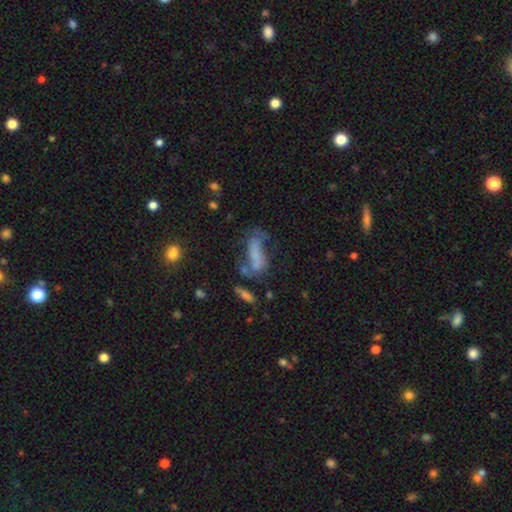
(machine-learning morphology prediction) Smooth or featured? Predicted: smooth (p=0.51). How rounded? Predicted: in between (p=0.65). Merging? Predicted: none (p=0.32).